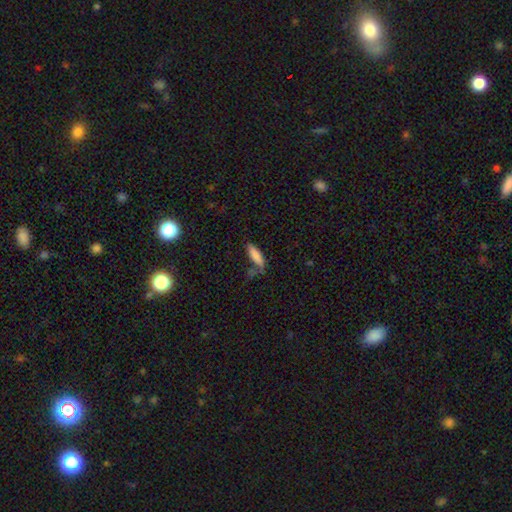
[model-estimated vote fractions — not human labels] Smooth or featured? Predicted: smooth (p=0.82). How rounded? Predicted: cigar-shaped (p=0.58). Merging? Predicted: none (p=0.56).